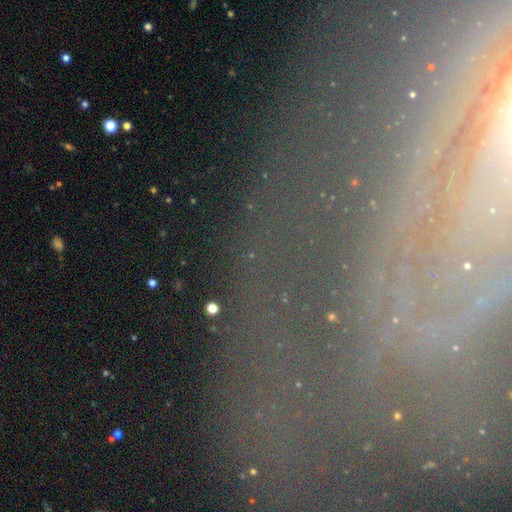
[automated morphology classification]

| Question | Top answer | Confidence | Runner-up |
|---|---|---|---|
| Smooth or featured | star or artifact | 44% | featured or disk (39%) |